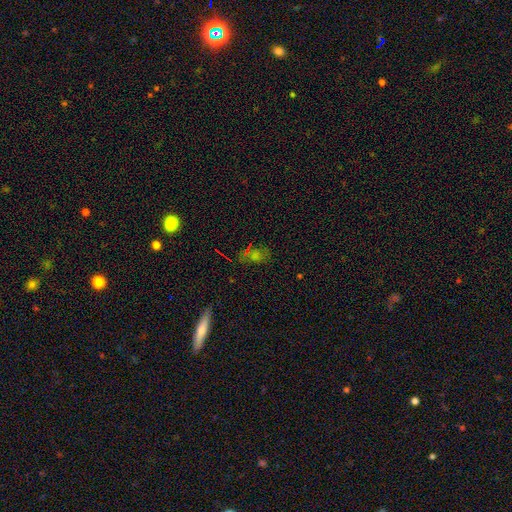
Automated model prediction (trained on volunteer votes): smooth-or-featured: smooth: 44% | star or artifact: 38% | featured or disk: 18%
  merging: none: 66% | minor disturbance: 17% | major disturbance: 9% | merger: 8%